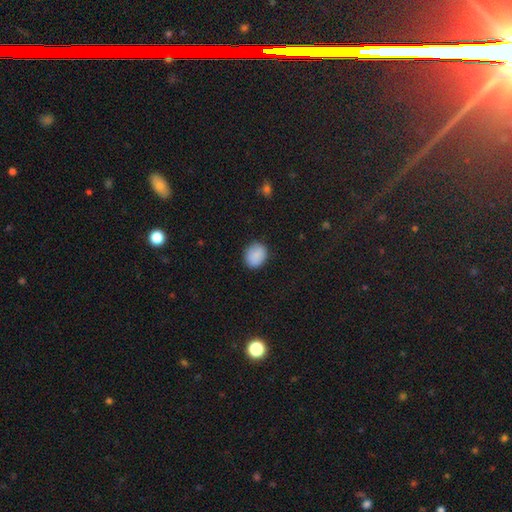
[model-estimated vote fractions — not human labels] This appears to be a smooth galaxy with no disk features (89%) that is round (59%). Merging: none (87%).